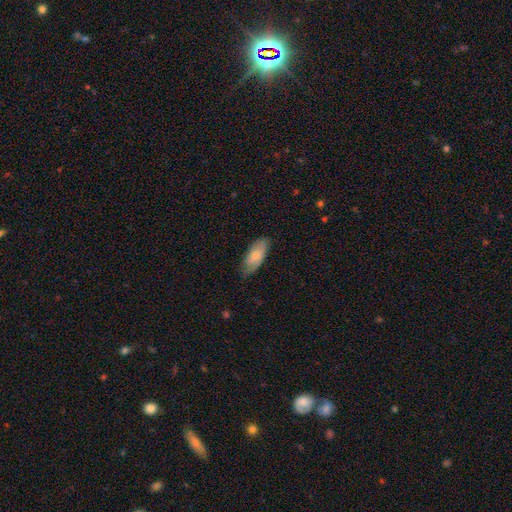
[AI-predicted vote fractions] smooth 63%, featured or disk 31%, star or artifact 6%. Down the decision tree: how rounded — in between (84%); merging — none (67%).